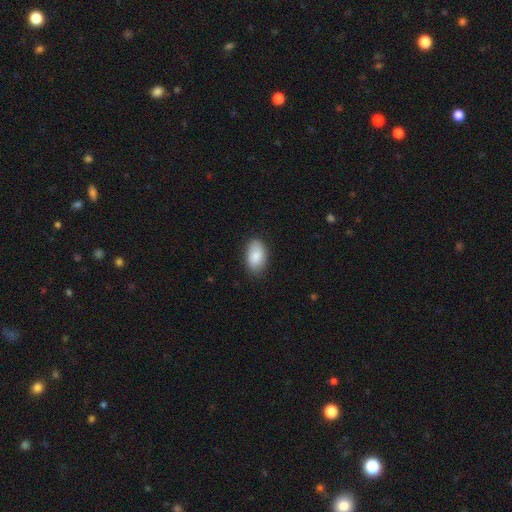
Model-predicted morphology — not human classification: Smooth or featured? Predicted: smooth (p=0.87). How rounded? Predicted: in between (p=0.93). Merging? Predicted: none (p=0.82).